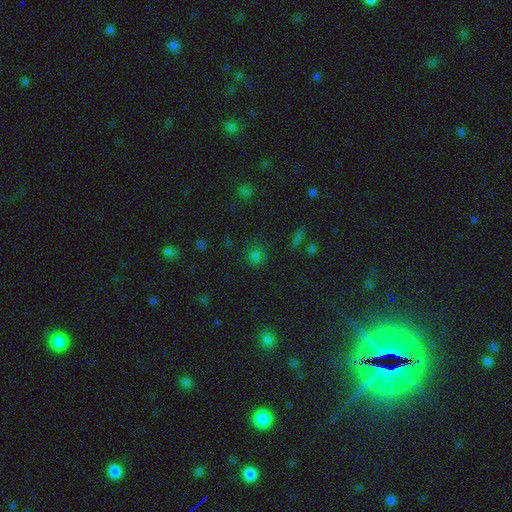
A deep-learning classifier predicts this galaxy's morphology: type=smooth (72%); roundness=round (87%); merging=none (82%).